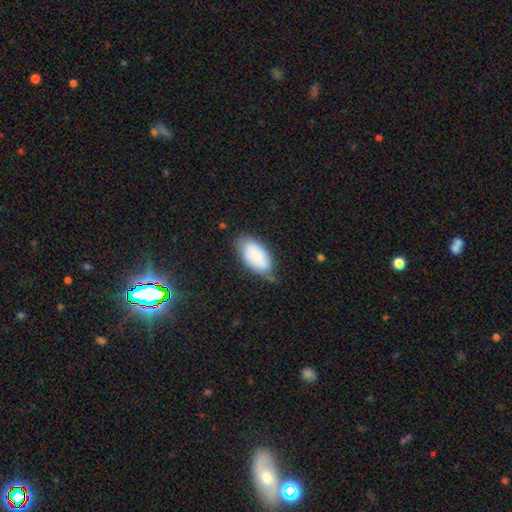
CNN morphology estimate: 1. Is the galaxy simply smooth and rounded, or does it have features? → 77% smooth, 16% featured or disk, 7% star or artifact.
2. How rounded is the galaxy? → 95% in between, 3% round, 2% cigar-shaped.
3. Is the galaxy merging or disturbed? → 58% none, 32% minor disturbance, 7% major disturbance, 3% merger.